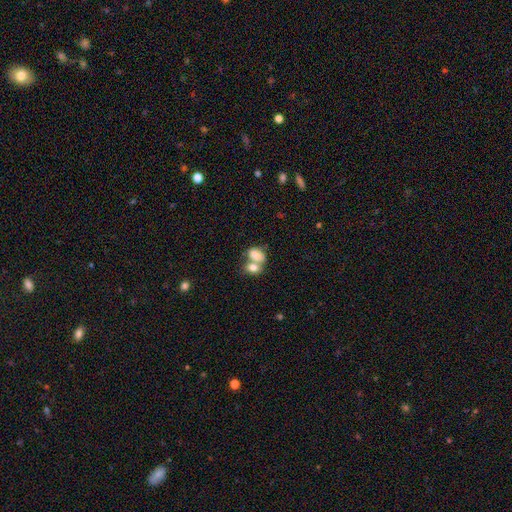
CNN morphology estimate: This is likely a smooth galaxy (76%). How rounded: likely in between (74%). Merging: likely merger (68%).